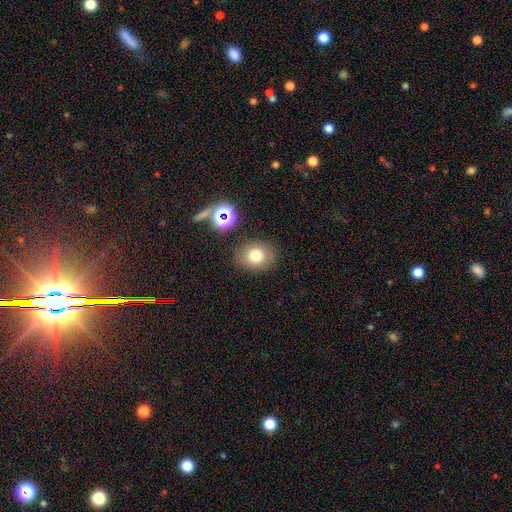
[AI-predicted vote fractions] Q: Smooth or featured?
A: smooth (75%); runner-up: star or artifact (14%)
Q: How rounded?
A: round (58%); runner-up: in between (41%)
Q: Merging?
A: none (83%); runner-up: minor disturbance (10%)